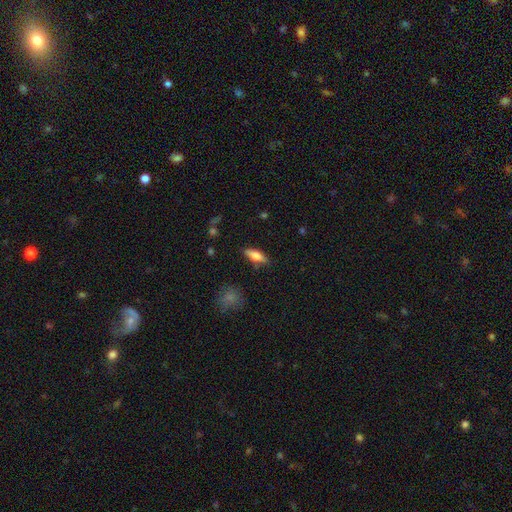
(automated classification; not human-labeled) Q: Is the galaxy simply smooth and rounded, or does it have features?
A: smooth — 61%.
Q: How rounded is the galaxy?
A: in between — 62%.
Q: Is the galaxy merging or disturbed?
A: none — 84%.